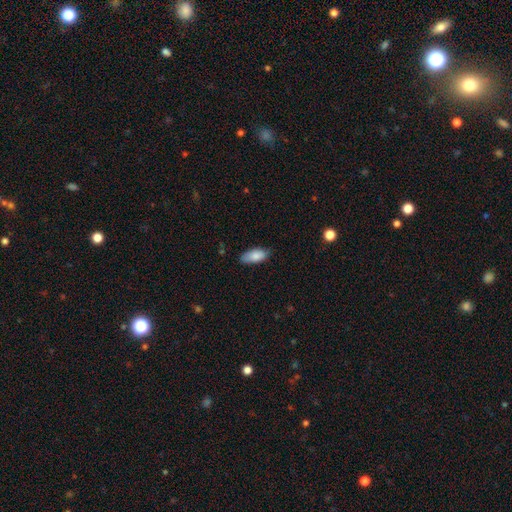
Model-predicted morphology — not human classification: smooth-or-featured: smooth: 84% | featured or disk: 9% | star or artifact: 6%
  how-rounded: in between: 87% | cigar-shaped: 11% | round: 2%
  merging: none: 75% | minor disturbance: 21% | major disturbance: 3% | merger: 1%